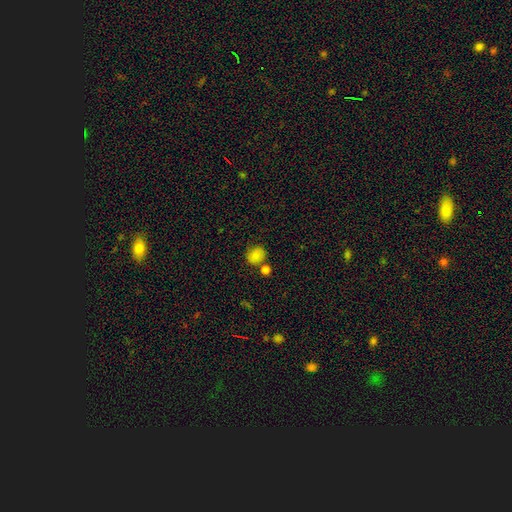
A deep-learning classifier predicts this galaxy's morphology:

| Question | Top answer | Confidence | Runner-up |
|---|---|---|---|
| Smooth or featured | smooth | 80% | star or artifact (10%) |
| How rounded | round | 77% | in between (22%) |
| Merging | none | 68% | minor disturbance (14%) |